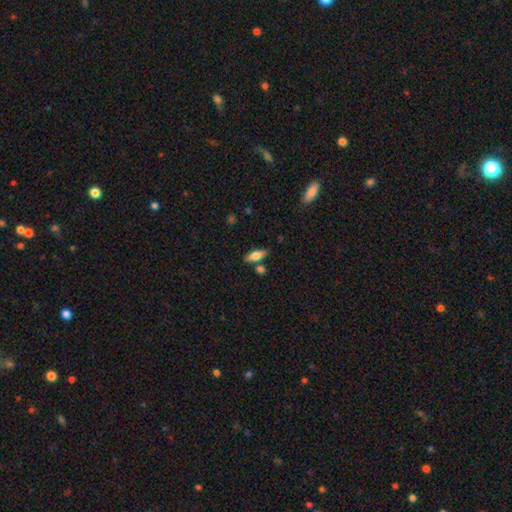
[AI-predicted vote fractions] This is likely a smooth galaxy (64%). How rounded: likely in between (64%). Merging: likely none (77%).